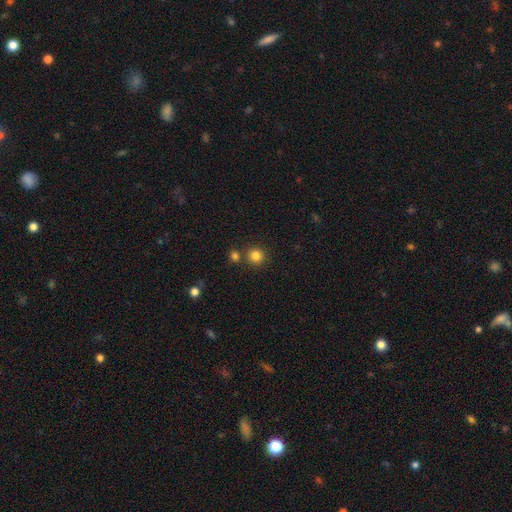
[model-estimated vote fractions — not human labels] Smooth or featured: smooth — 83% (star or artifact — 12%)
How rounded: round — 92% (in between — 7%)
Merging: none — 79% (merger — 12%)